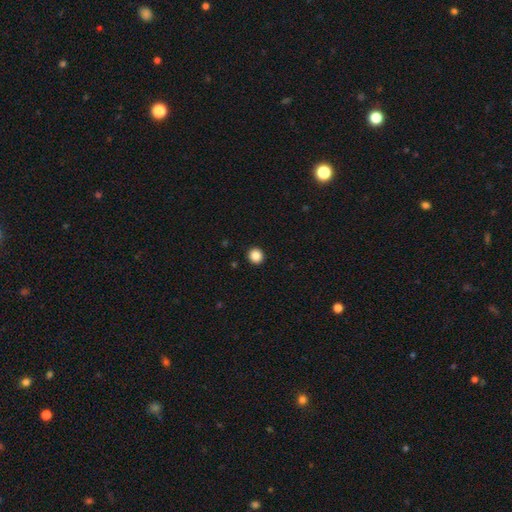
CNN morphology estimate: Smooth or featured? smooth (87%)
How rounded? round (93%)
Merging? none (94%)